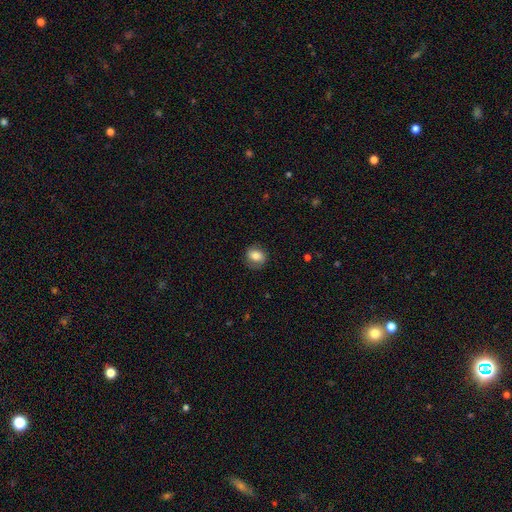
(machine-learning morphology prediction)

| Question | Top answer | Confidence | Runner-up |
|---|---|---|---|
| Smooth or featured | smooth | 76% | featured or disk (16%) |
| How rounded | round | 56% | in between (43%) |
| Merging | none | 80% | minor disturbance (14%) |